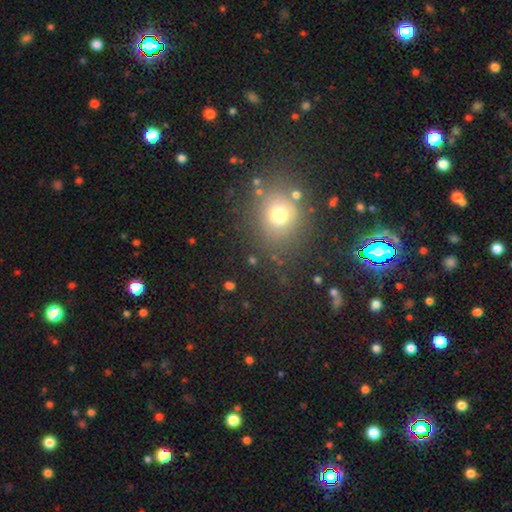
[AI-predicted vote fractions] Smooth or featured?
  - smooth: 56% *
  - star or artifact: 33%
  - featured or disk: 10%
How rounded?
  - round: 75% *
  - in between: 23%
  - cigar-shaped: 2%
Merging?
  - none: 81% *
  - minor disturbance: 11%
  - major disturbance: 5%
  - merger: 4%